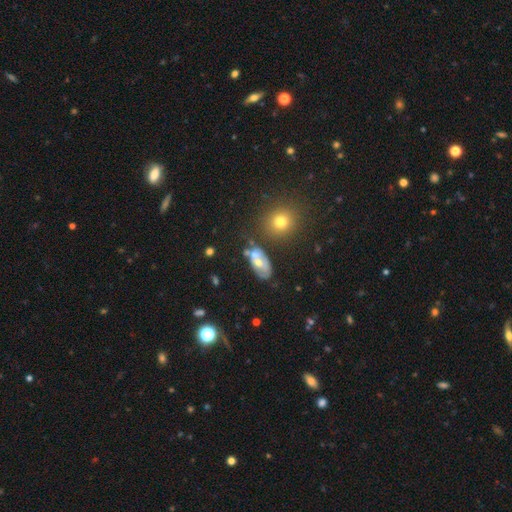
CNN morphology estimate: This appears to be a featured or disk galaxy (45%). Merging: none (52%).